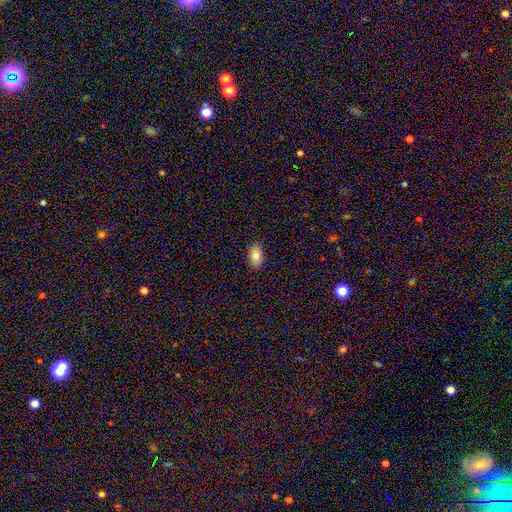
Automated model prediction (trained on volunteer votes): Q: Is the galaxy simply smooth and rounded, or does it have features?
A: smooth — 81%.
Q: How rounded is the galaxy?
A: in between — 90%.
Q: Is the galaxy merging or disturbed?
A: none — 83%.